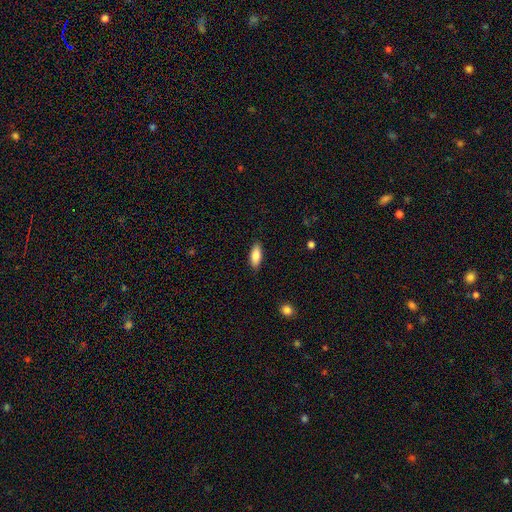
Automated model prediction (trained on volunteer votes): smooth-or-featured: smooth: 86% | featured or disk: 8% | star or artifact: 6%
  how-rounded: in between: 79% | cigar-shaped: 19% | round: 2%
  merging: none: 86% | minor disturbance: 11% | major disturbance: 2% | merger: 1%